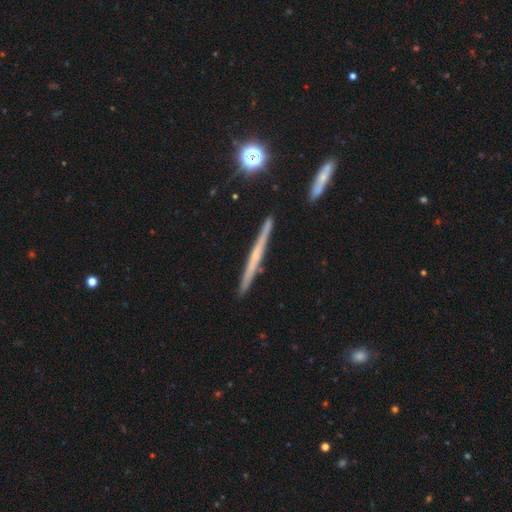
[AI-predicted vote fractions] A featured or disk galaxy (66%) viewed edge-on (97%) with no central bulge (56%).

Vote fractions:
- Smooth or featured? featured or disk: 66% / smooth: 27% / star or artifact: 7%
- Edge-on disk? yes: 97% / no: 3%
- Edge-on bulge? none: 56% / rounded: 38% / boxy: 6%
- Merging? none: 90% / minor disturbance: 7% / merger: 2% / major disturbance: 1%